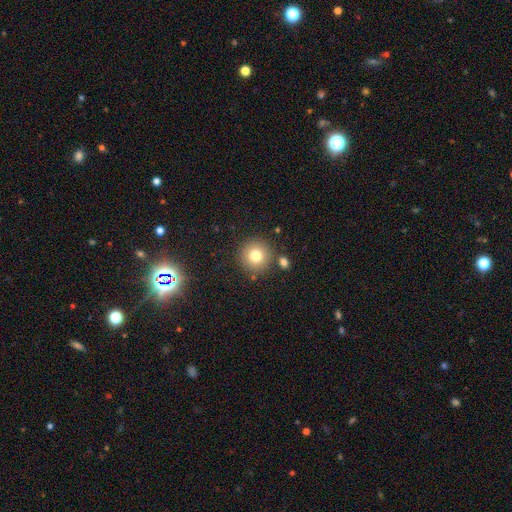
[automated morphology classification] The model was most divided on "smooth or featured": smooth: 78%, star or artifact: 12%, featured or disk: 10%. More confident: how rounded — round (95%); merging — none (82%).